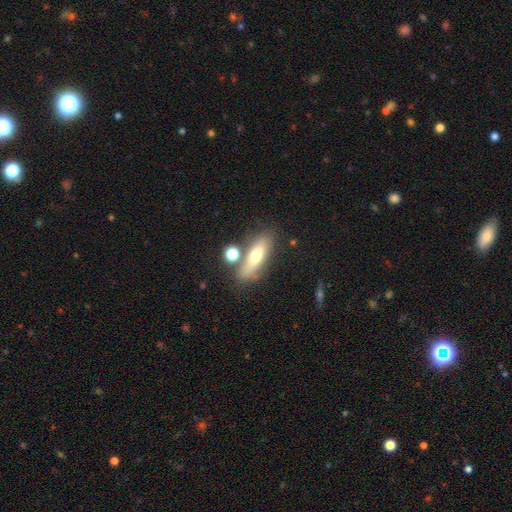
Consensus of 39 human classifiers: smooth 51%, featured or disk 41%, star or artifact 8%. Down the decision tree: how rounded — cigar-shaped (50%); merging — none (67%).